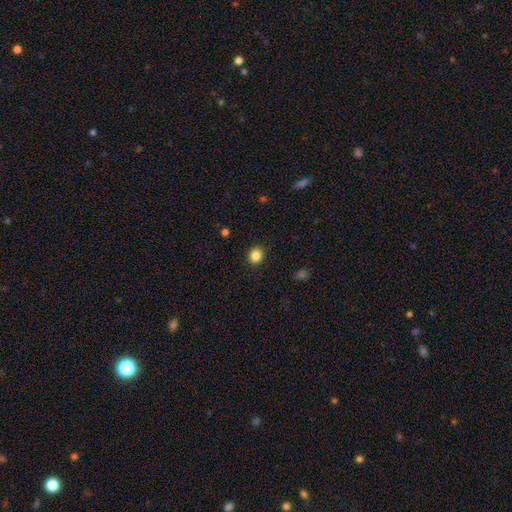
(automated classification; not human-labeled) Q: Smooth or featured?
A: smooth (86%); runner-up: star or artifact (10%)
Q: How rounded?
A: round (77%); runner-up: in between (22%)
Q: Merging?
A: none (90%); runner-up: minor disturbance (6%)